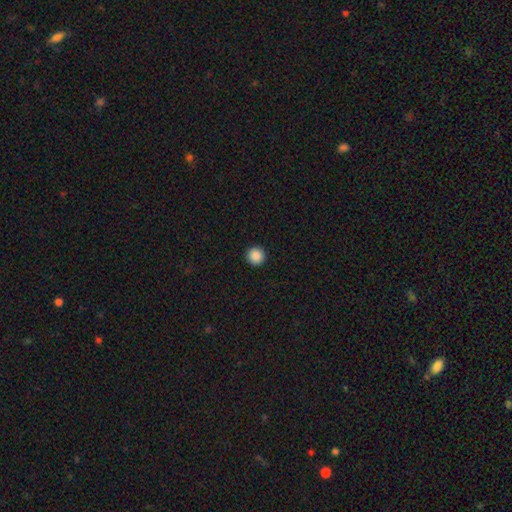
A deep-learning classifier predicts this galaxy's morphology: This is clearly a smooth galaxy (89%). How rounded: clearly round (96%). Merging: clearly none (93%).